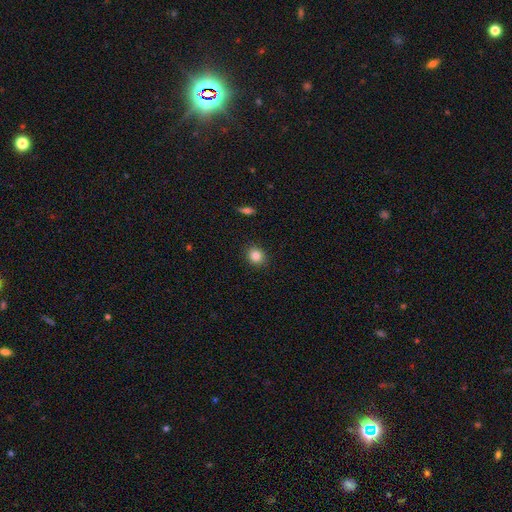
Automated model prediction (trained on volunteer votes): smooth-or-featured: smooth: 85% | star or artifact: 10% | featured or disk: 5%
  how-rounded: round: 79% | in between: 20% | cigar-shaped: 1%
  merging: none: 90% | minor disturbance: 7% | major disturbance: 2% | merger: 1%